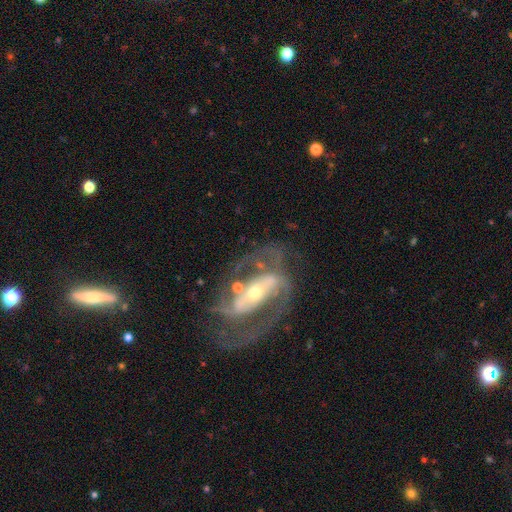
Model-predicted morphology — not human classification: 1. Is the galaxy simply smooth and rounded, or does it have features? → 87% featured or disk, 7% star or artifact, 6% smooth.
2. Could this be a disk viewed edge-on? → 91% no, 9% yes.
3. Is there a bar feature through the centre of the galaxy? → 54% strong, 29% weak, 17% no.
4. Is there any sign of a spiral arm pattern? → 90% yes, 10% no.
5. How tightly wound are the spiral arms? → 45% medium, 35% tight, 20% loose.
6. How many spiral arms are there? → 71% 2, 14% can't tell, 6% 3, 4% 1, 3% 4, 3% more than 4.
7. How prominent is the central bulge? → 51% small, 42% moderate, 4% large, 2% none, 1% dominant.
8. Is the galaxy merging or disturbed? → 64% none, 16% minor disturbance, 15% major disturbance, 5% merger.